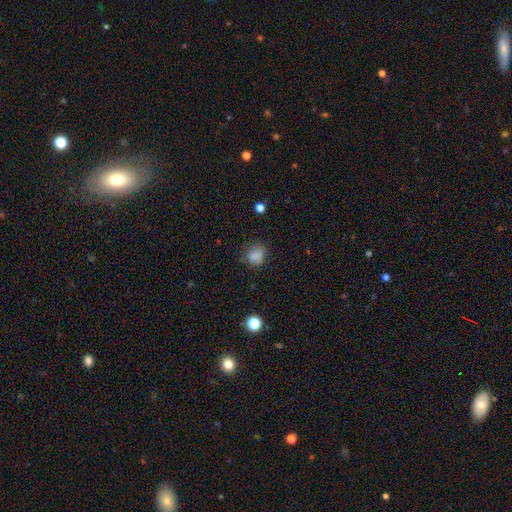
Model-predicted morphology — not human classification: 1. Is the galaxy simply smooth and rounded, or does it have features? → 78% smooth, 13% star or artifact, 9% featured or disk.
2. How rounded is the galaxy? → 71% round, 28% in between, 1% cigar-shaped.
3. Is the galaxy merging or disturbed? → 66% none, 23% minor disturbance, 9% major disturbance, 2% merger.